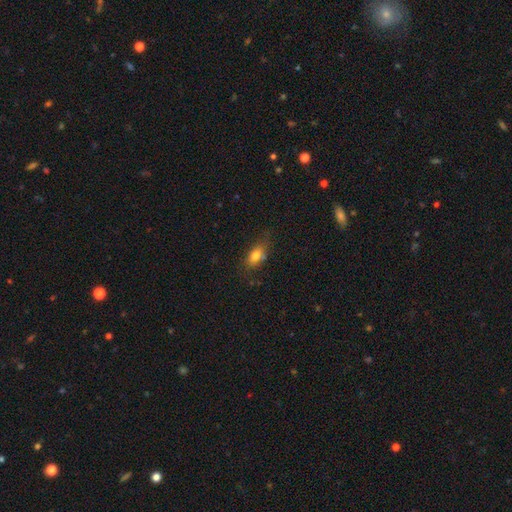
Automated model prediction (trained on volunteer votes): Morphology: type=smooth (78%); roundness=in between (82%); merging=none (67%).